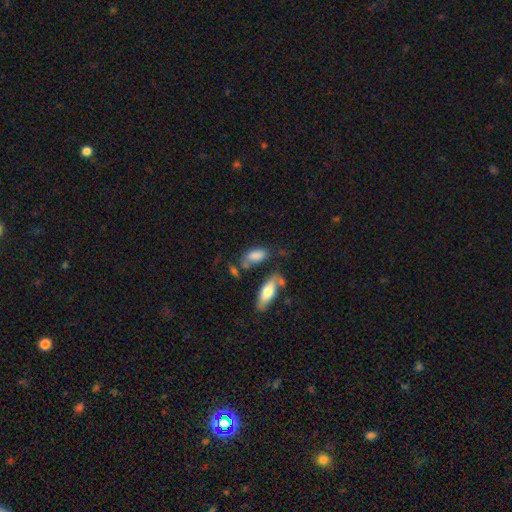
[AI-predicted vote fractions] Smooth or featured?
  - smooth: 79% *
  - featured or disk: 13%
  - star or artifact: 8%
How rounded?
  - in between: 88% *
  - cigar-shaped: 9%
  - round: 3%
Merging?
  - none: 49% *
  - minor disturbance: 24%
  - merger: 16%
  - major disturbance: 11%